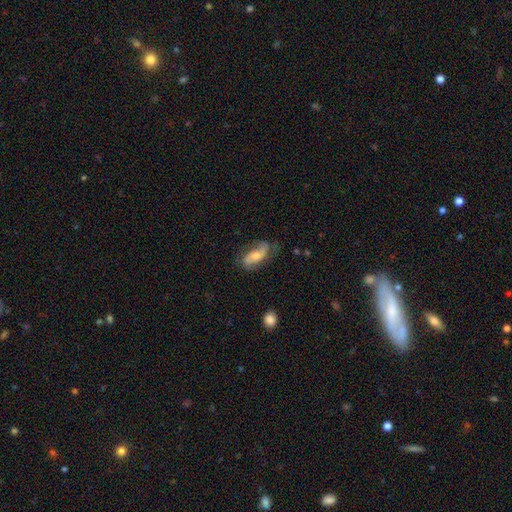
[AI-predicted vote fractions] Overall: featured or disk (61%; smooth 32%). Edge-on disk: no (92%). Bar: no (54%; weak 32%). Spiral arms: yes (89%). Spiral arm count: 2 (83%). Spiral winding: loose (49%; medium 36%). Bulge size: moderate (49%; small 35%). Merging: none (60%; minor disturbance 25%).